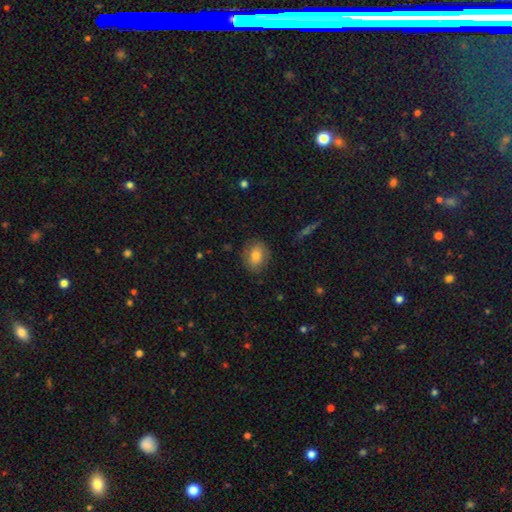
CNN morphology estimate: Smooth or featured?
  - smooth: 79% *
  - featured or disk: 13%
  - star or artifact: 8%
How rounded?
  - round: 56% *
  - in between: 43%
  - cigar-shaped: 1%
Merging?
  - none: 83% *
  - minor disturbance: 12%
  - major disturbance: 3%
  - merger: 1%